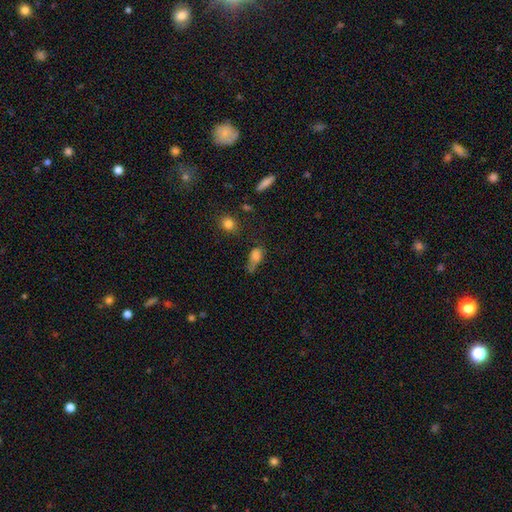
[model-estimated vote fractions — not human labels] Smooth or featured: smooth — 75% (star or artifact — 13%)
How rounded: in between — 77% (round — 15%)
Merging: minor disturbance — 32% (none — 31%)